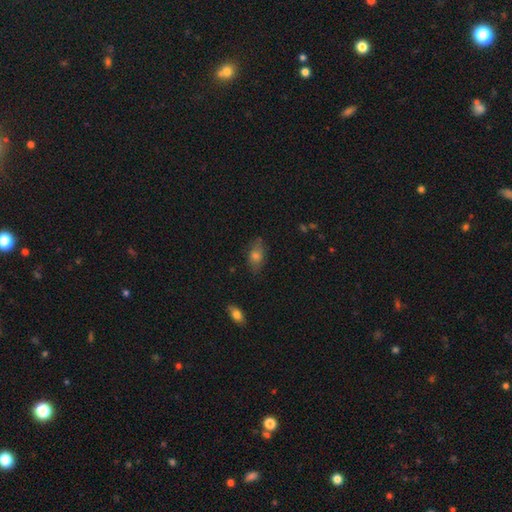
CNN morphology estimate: A smooth galaxy with no disk features (64%) that is in between round and cigar-shaped (80%). Merging: none (72%).